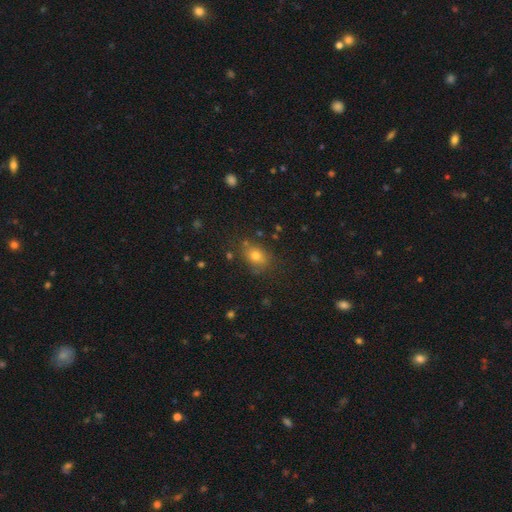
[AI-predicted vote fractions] Smooth or featured: smooth — 75% (star or artifact — 15%)
How rounded: in between — 58% (round — 40%)
Merging: none — 76% (minor disturbance — 15%)